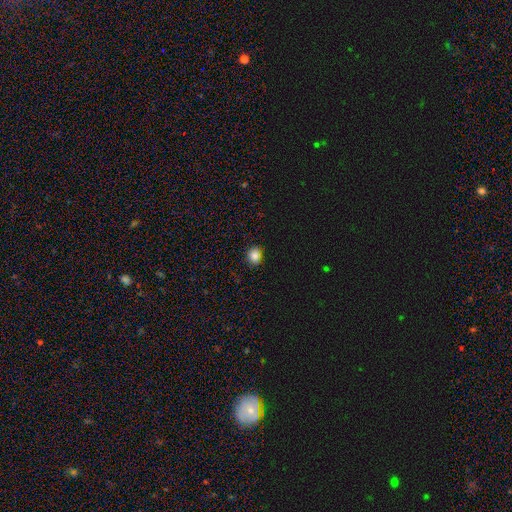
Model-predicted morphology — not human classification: smooth_or_featured: smooth (p=0.82) [alt: star or artifact p=0.14]
how_rounded: round (p=0.68) [alt: in between p=0.31]
merging: none (p=0.84) [alt: minor disturbance p=0.12]